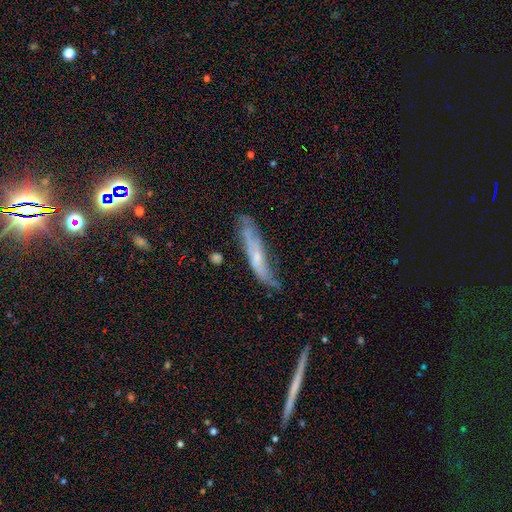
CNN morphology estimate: Smooth or featured: featured or disk — 54% (smooth — 31%)
Edge-on disk: yes — 55% (no — 45%)
Merging: none — 57% (minor disturbance — 29%)